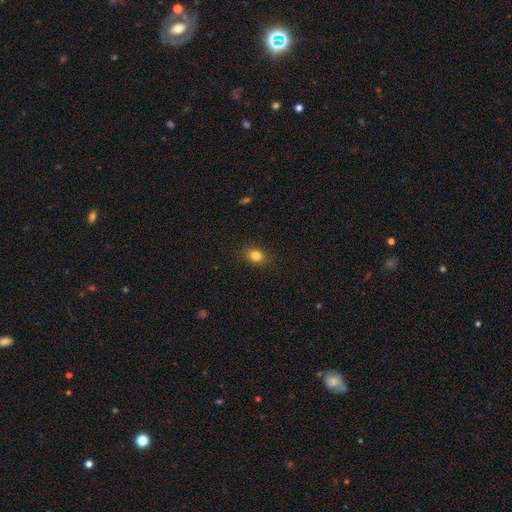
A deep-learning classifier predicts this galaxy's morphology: The model was most divided on "how rounded": in between: 61%, round: 38%, cigar-shaped: 1%. More confident: merging — none (88%); smooth or featured — smooth (82%).